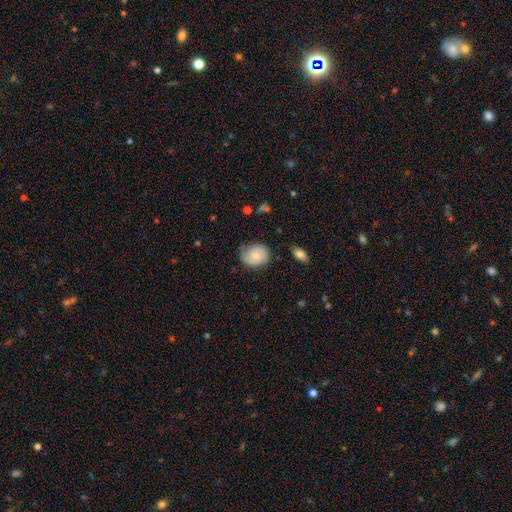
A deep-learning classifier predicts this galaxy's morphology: This appears to be a featured or disk galaxy (48%). Merging: none (67%).